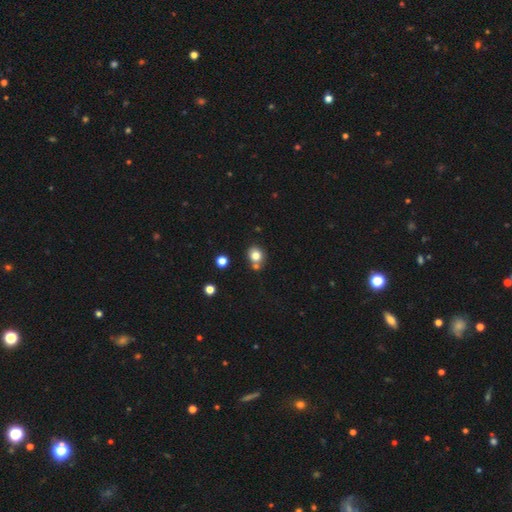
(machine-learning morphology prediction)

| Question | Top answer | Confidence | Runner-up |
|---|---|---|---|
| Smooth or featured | smooth | 80% | star or artifact (12%) |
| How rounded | round | 77% | in between (22%) |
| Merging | none | 64% | merger (21%) |